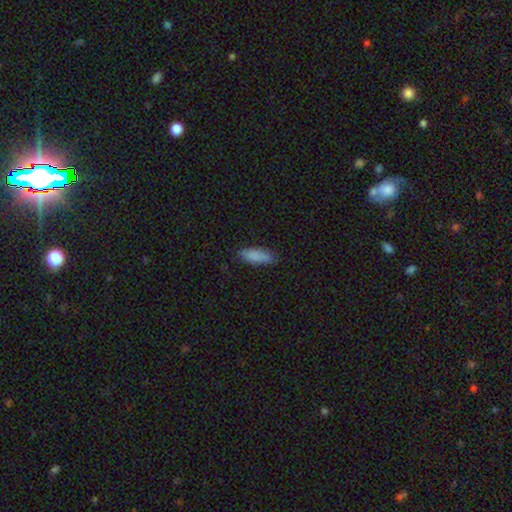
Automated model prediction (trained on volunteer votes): Q: Smooth or featured?
A: smooth (87%); runner-up: star or artifact (7%)
Q: How rounded?
A: in between (62%); runner-up: cigar-shaped (36%)
Q: Merging?
A: none (83%); runner-up: minor disturbance (13%)